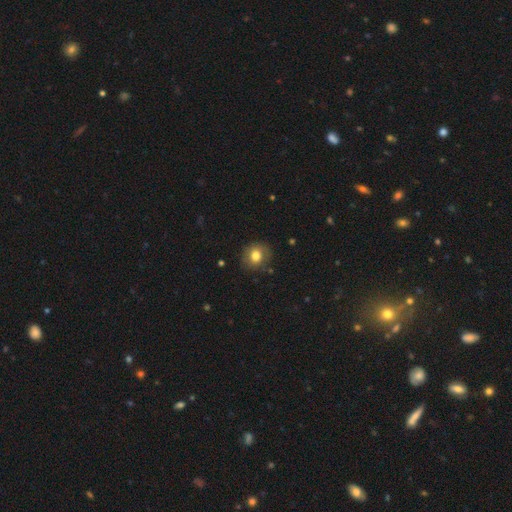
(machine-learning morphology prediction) type=smooth (77%); roundness=round (77%); merging=none (81%).